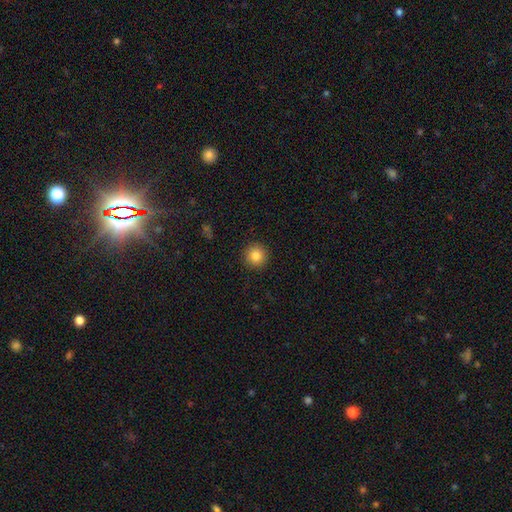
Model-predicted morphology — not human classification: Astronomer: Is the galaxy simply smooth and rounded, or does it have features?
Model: smooth — 84%.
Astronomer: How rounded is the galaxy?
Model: round — 95%.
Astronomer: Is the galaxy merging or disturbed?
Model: none — 92%.